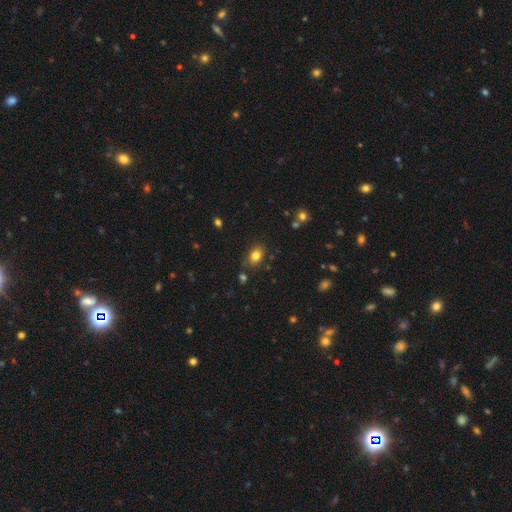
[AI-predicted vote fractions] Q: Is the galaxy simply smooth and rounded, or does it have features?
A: smooth — 82%.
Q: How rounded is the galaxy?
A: in between — 75%.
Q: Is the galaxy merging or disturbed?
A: none — 79%.